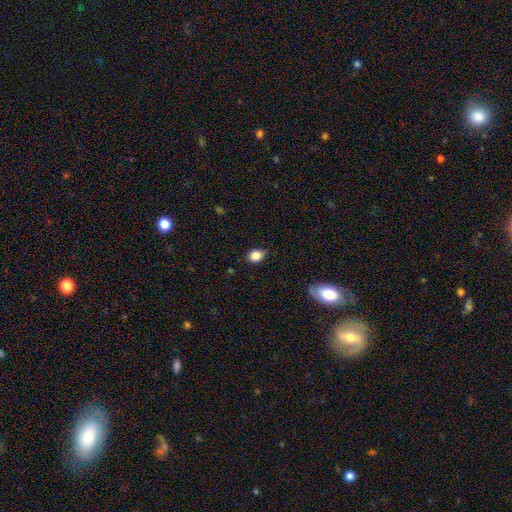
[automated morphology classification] Overall: smooth (85%). How rounded: in between (52%; round 47%). Merging: none (80%).